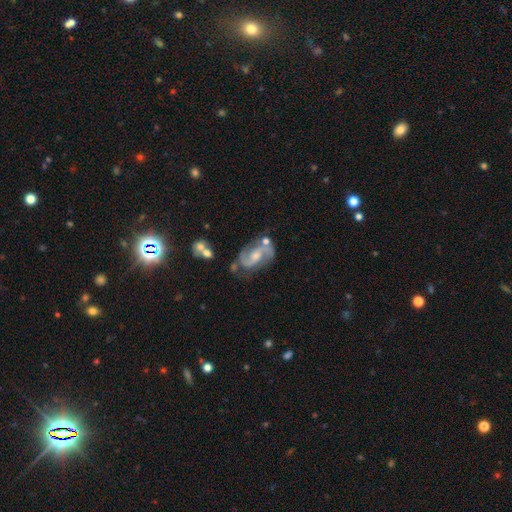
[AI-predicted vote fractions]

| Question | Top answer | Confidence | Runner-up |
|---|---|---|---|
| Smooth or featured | featured or disk | 86% | smooth (8%) |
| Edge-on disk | no | 97% | yes (3%) |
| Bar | weak | 45% | no (43%) |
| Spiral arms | yes | 96% | no (4%) |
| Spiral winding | medium | 55% | loose (27%) |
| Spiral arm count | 2 | 91% | can't tell (4%) |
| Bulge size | moderate | 52% | small (33%) |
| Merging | none | 60% | minor disturbance (20%) |